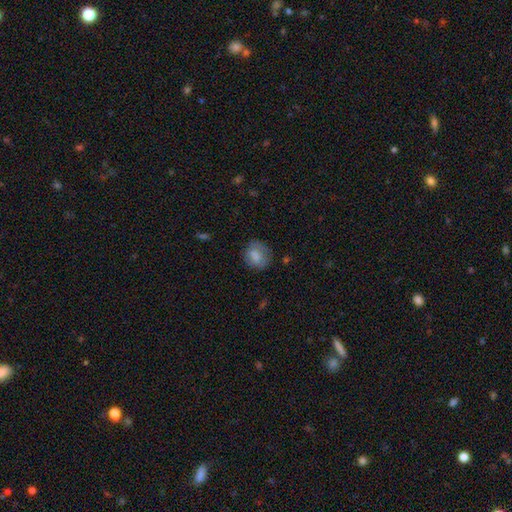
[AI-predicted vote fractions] This appears to be a smooth galaxy with no disk features (77%) that is round (63%). Merging: none (64%).